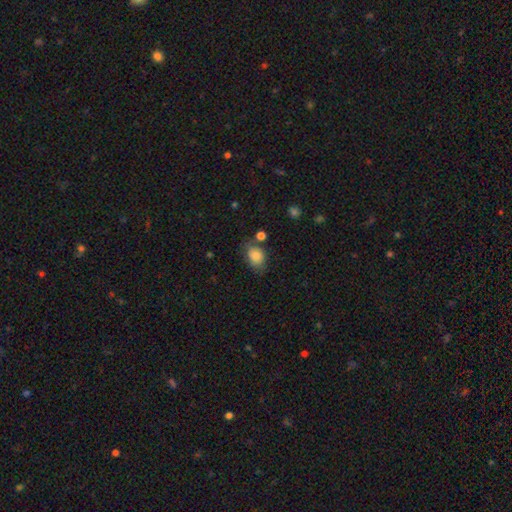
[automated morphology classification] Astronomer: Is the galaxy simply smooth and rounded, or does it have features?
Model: smooth — 82%.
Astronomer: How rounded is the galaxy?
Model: in between — 74%.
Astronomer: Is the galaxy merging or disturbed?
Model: none — 61%.